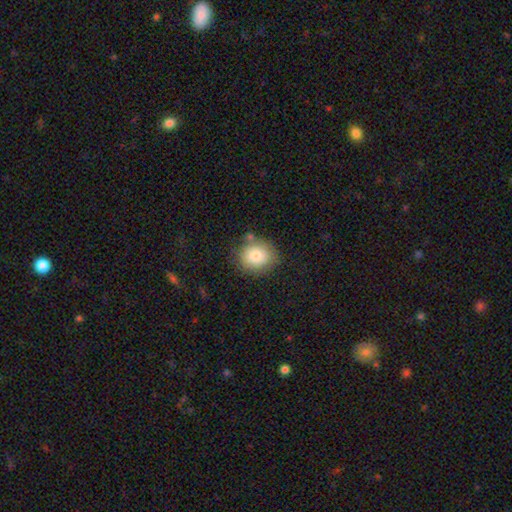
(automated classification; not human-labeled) A smooth galaxy with no disk features (83%) that is round (78%). Merging: none (76%).